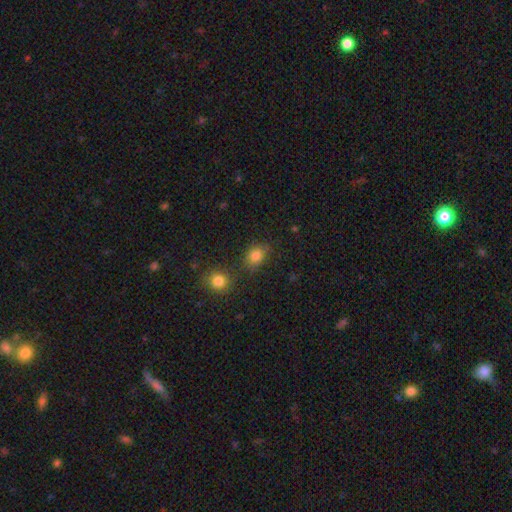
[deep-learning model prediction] This appears to be a smooth galaxy with no disk features (80%) that is in between round and cigar-shaped (52%). Merging: none (71%).